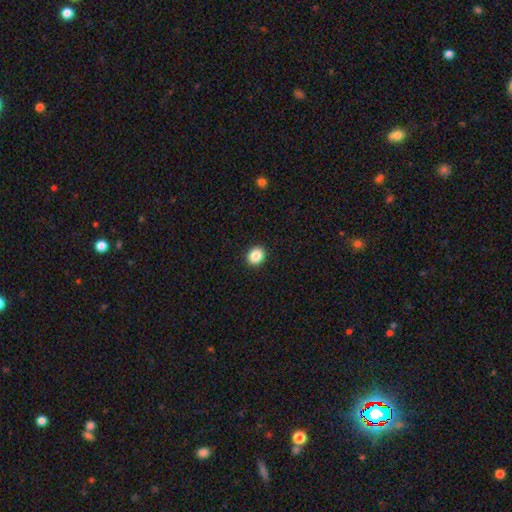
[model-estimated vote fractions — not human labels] Smooth or featured: smooth — 88% (star or artifact — 9%)
How rounded: round — 63% (in between — 36%)
Merging: none — 92% (minor disturbance — 5%)